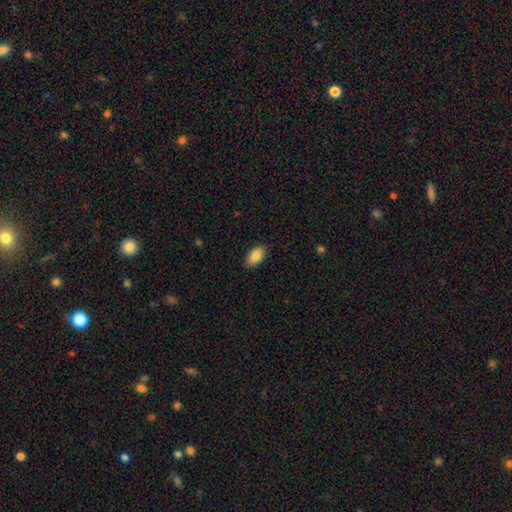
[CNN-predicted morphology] smooth-or-featured: smooth: 87% | star or artifact: 7% | featured or disk: 6%
  how-rounded: in between: 94% | round: 4% | cigar-shaped: 2%
  merging: none: 87% | minor disturbance: 9% | major disturbance: 2% | merger: 1%